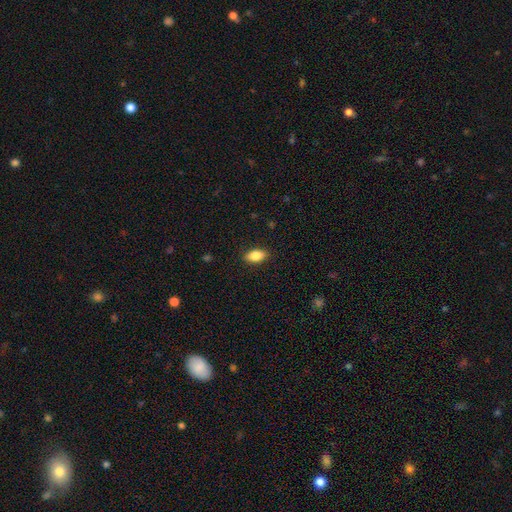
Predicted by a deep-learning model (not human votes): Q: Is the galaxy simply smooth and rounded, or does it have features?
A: smooth — 82%.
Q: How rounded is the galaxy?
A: in between — 89%.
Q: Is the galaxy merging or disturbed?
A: none — 89%.